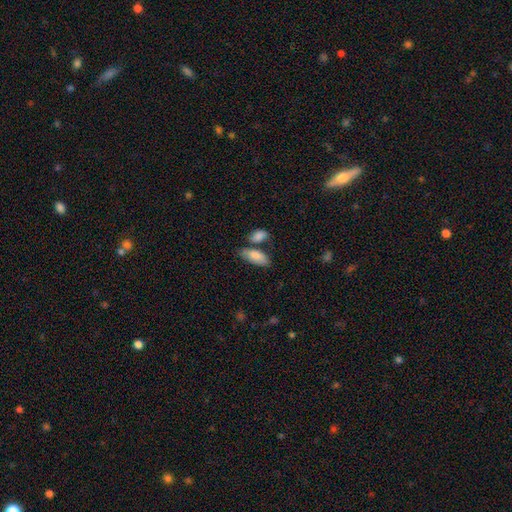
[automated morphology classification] This appears to be a smooth galaxy with no disk features (83%) that is in between round and cigar-shaped (87%). Merging: none (57%).